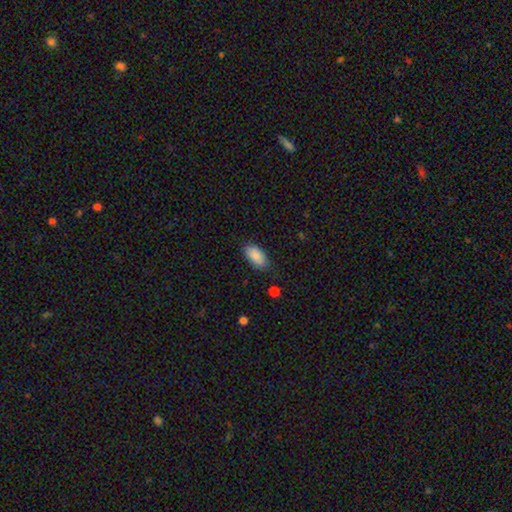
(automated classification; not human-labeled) This appears to be a smooth galaxy with no disk features (87%) that is in between round and cigar-shaped (93%). Merging: none (81%).